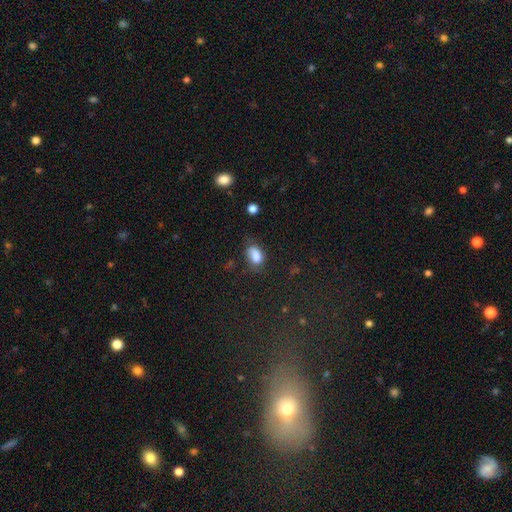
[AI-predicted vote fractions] Smooth or featured? Predicted: smooth (p=0.78). How rounded? Predicted: in between (p=0.84). Merging? Predicted: none (p=0.51).